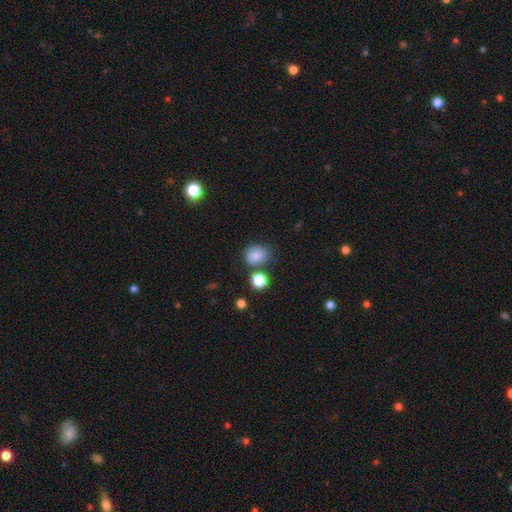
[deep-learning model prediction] A smooth galaxy with no disk features (80%) that is round (64%).

Vote fractions:
- Smooth or featured? smooth: 80% / star or artifact: 11% / featured or disk: 9%
- How rounded? round: 64% / in between: 35% / cigar-shaped: 1%
- Merging? none: 68% / minor disturbance: 17% / merger: 11% / major disturbance: 5%